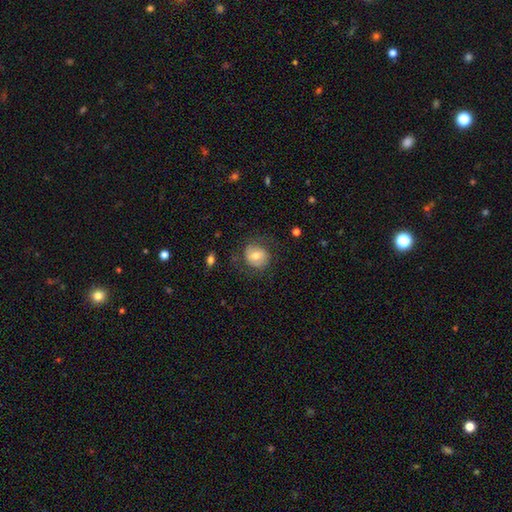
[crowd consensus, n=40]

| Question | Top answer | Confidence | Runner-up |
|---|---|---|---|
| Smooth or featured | smooth | 65% | featured or disk (25%) |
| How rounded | round | 85% | in between (15%) |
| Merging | none | 67% | minor disturbance (19%) |